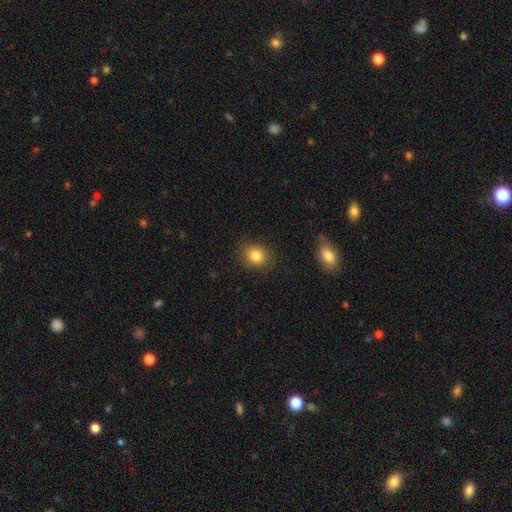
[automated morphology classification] Smooth or featured? smooth (83%)
How rounded? round (75%)
Merging? none (88%)